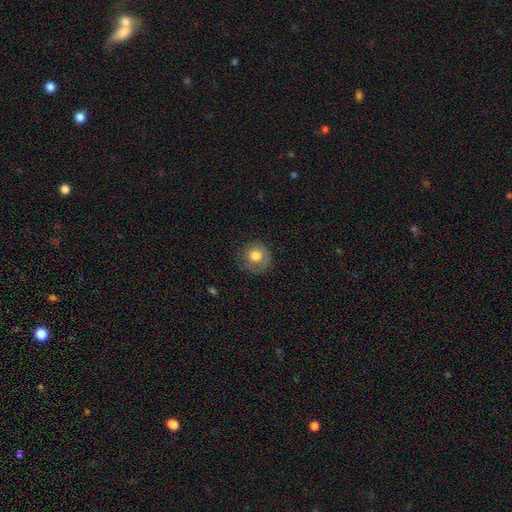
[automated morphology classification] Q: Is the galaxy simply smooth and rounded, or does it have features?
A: smooth — 75%.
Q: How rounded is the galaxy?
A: round — 91%.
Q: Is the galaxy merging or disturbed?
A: none — 77%.